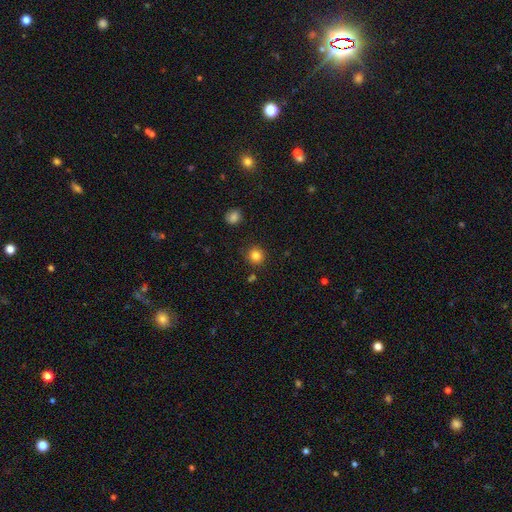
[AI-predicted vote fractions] This is clearly a smooth galaxy (83%). How rounded: clearly round (93%). Merging: clearly none (89%).